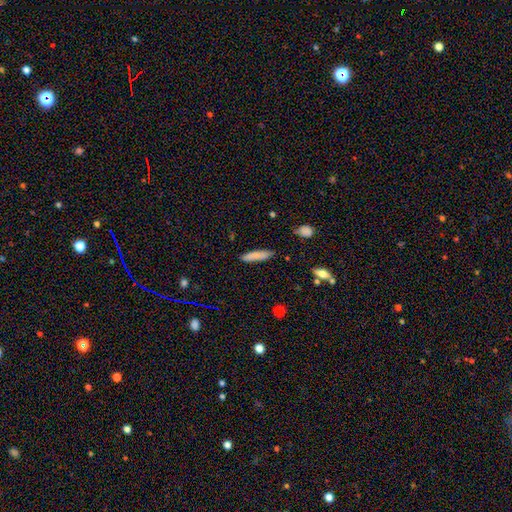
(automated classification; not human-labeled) The model was most divided on "how rounded": cigar-shaped: 73%, in between: 25%, round: 2%. More confident: merging — none (83%); smooth or featured — smooth (79%).